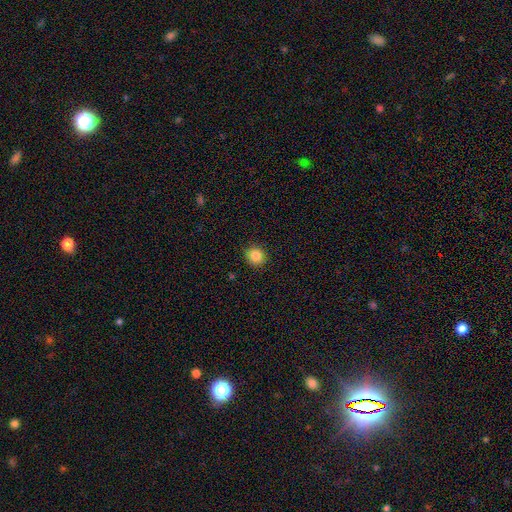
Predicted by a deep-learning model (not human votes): smooth 86%, star or artifact 10%, featured or disk 4%. Down the decision tree: how rounded — round (88%); merging — none (91%).